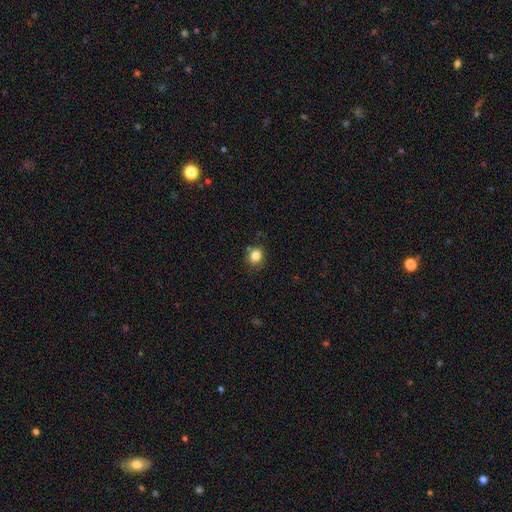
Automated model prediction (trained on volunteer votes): Morphology: type=smooth (83%); roundness=round (64%); merging=none (76%).